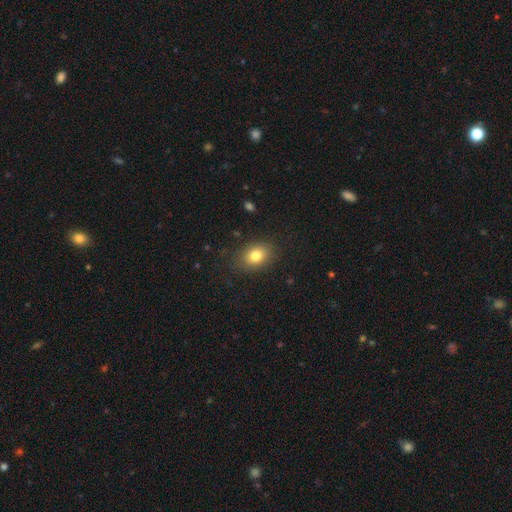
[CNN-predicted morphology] Smooth or featured? Predicted: smooth (p=0.80). How rounded? Predicted: in between (p=0.70). Merging? Predicted: none (p=0.84).